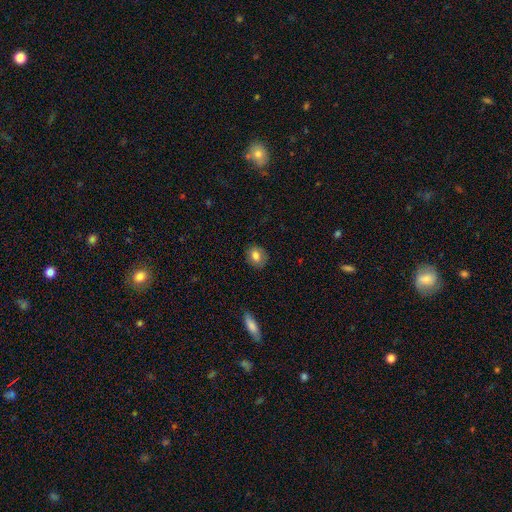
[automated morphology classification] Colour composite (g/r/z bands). It shows a smooth galaxy with no disk features (78%) that is round (67%). Merging: none (85%).